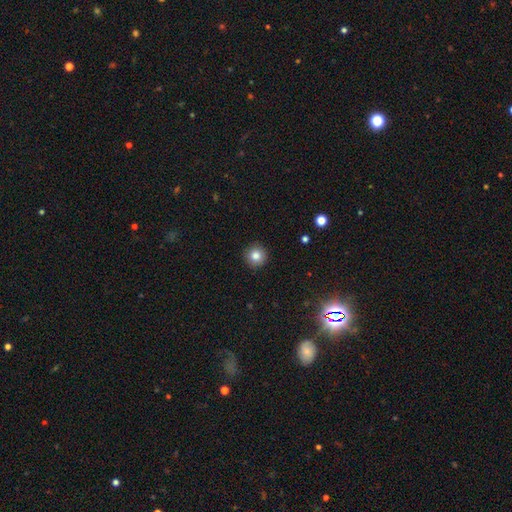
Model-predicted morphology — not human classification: Smooth or featured? smooth (83%)
How rounded? round (95%)
Merging? none (92%)